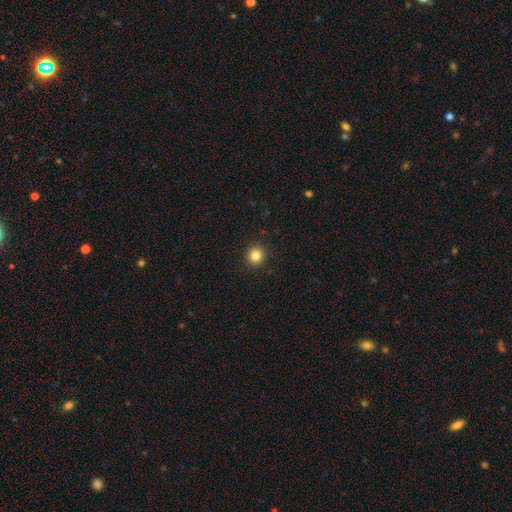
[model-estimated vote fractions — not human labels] Smooth or featured?
  - smooth: 84% *
  - star or artifact: 11%
  - featured or disk: 5%
How rounded?
  - round: 88% *
  - in between: 11%
  - cigar-shaped: 1%
Merging?
  - none: 92% *
  - minor disturbance: 6%
  - major disturbance: 2%
  - merger: 1%